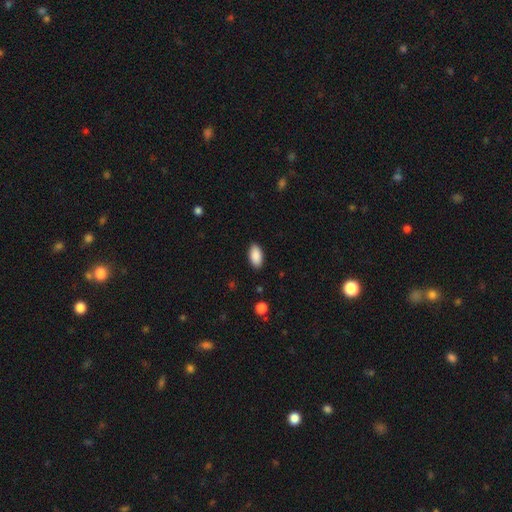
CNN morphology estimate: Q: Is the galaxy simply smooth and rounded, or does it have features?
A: smooth — 90%.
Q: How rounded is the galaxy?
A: in between — 94%.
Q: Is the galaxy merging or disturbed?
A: none — 89%.